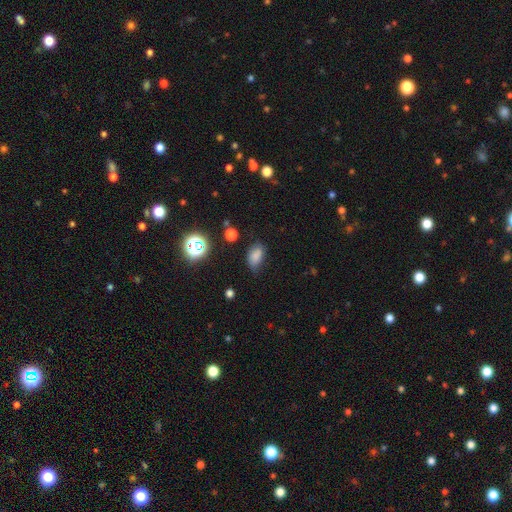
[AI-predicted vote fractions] This is likely a smooth galaxy (77%). How rounded: clearly in between (87%). Merging: likely none (62%).